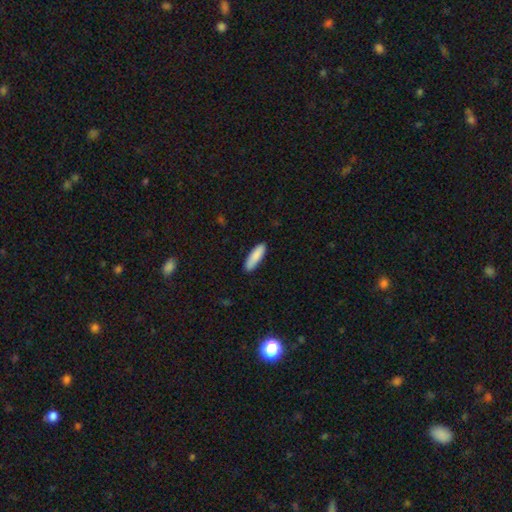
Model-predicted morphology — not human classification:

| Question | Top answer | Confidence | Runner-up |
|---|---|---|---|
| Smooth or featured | smooth | 88% | featured or disk (6%) |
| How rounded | cigar-shaped | 60% | in between (38%) |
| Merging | none | 88% | minor disturbance (9%) |